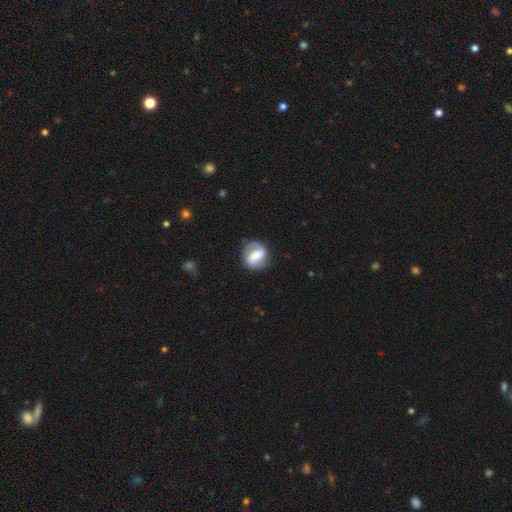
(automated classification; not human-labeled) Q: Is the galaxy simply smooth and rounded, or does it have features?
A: smooth — 47%.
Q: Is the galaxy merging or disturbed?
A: none — 75%.